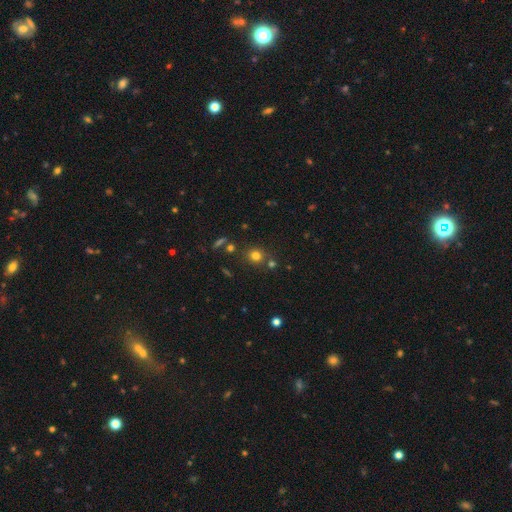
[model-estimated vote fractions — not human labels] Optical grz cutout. It shows a smooth galaxy with no disk features (74%) that is round (83%). Merging: none (76%).